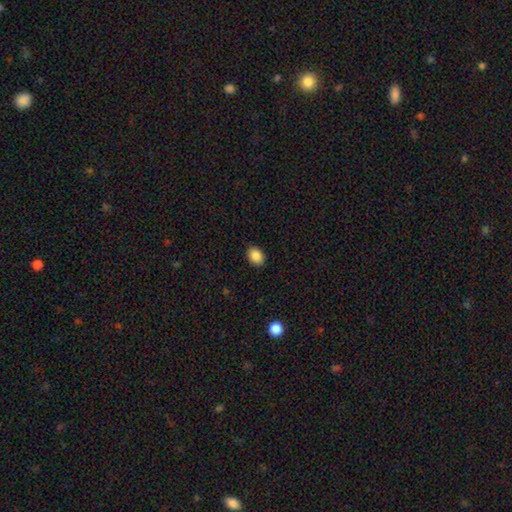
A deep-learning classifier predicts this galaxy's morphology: Q: Smooth or featured?
A: smooth (88%); runner-up: star or artifact (9%)
Q: How rounded?
A: in between (58%); runner-up: round (41%)
Q: Merging?
A: none (89%); runner-up: minor disturbance (7%)